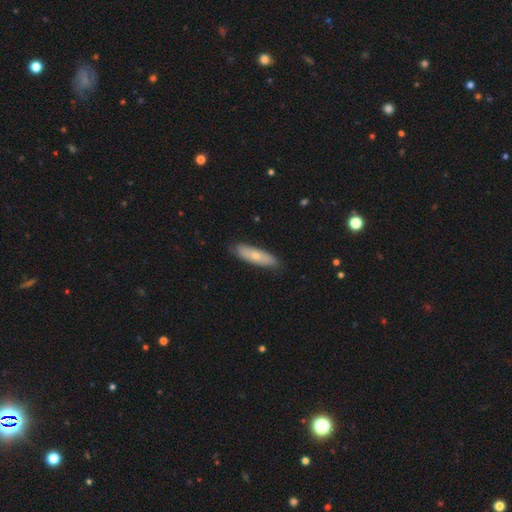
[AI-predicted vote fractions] smooth_or_featured: smooth (p=0.60) [alt: featured or disk p=0.34]
how_rounded: cigar-shaped (p=0.54) [alt: in between p=0.44]
merging: none (p=0.85) [alt: minor disturbance p=0.12]